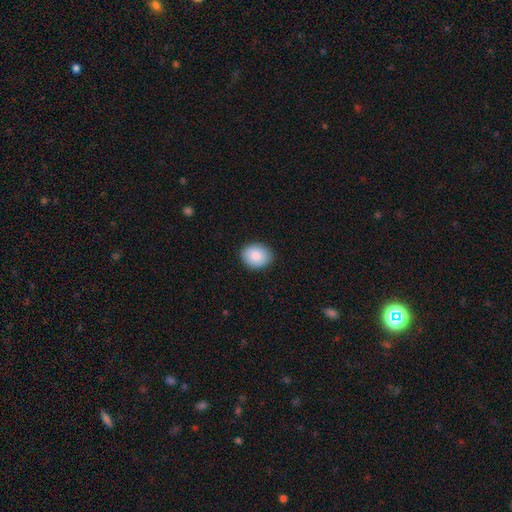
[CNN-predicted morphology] Smooth or featured? Predicted: smooth (p=0.85). How rounded? Predicted: round (p=0.57). Merging? Predicted: none (p=0.88).